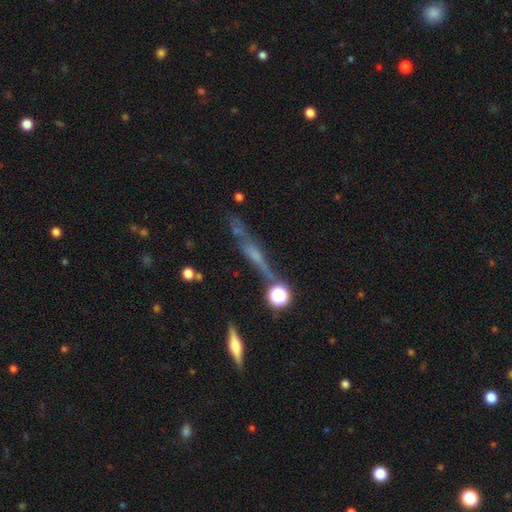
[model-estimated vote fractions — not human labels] A featured or disk galaxy (57%) viewed edge-on (86%). Merging: none (61%).